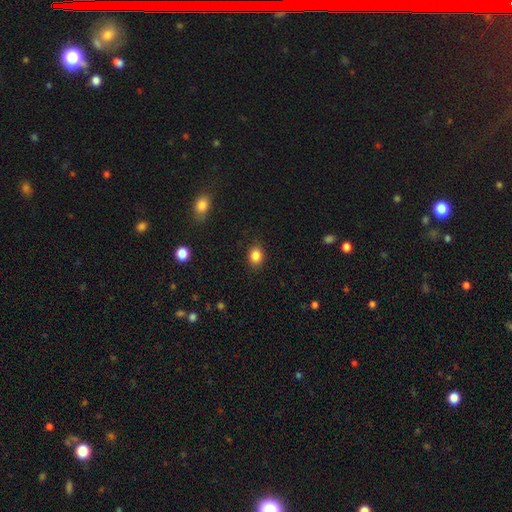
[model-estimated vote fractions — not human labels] Smooth or featured?
  - smooth: 86% *
  - star or artifact: 10%
  - featured or disk: 4%
How rounded?
  - in between: 52% *
  - round: 47%
  - cigar-shaped: 1%
Merging?
  - none: 88% *
  - minor disturbance: 9%
  - major disturbance: 2%
  - merger: 1%